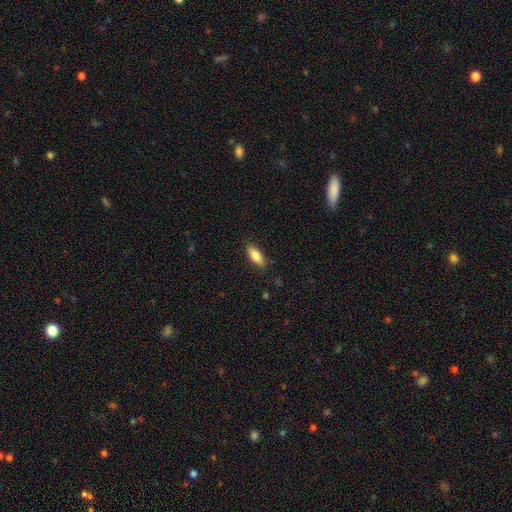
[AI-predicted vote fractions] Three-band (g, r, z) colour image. It shows a smooth galaxy with no disk features (77%) that is in between round and cigar-shaped (79%). Merging: none (87%).